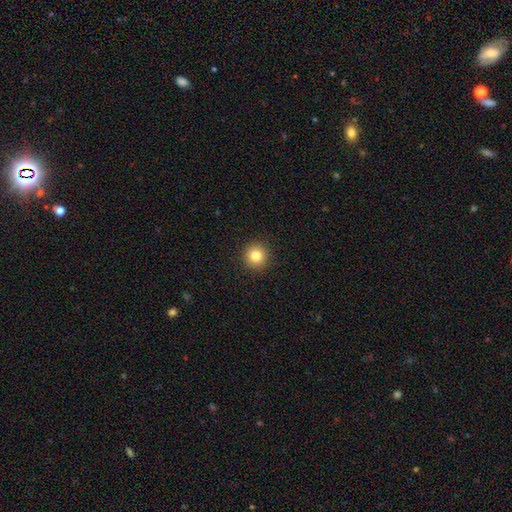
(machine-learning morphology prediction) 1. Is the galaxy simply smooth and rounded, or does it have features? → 82% smooth, 11% star or artifact, 6% featured or disk.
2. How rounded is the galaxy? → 95% round, 4% in between, 1% cigar-shaped.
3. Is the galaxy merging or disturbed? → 93% none, 5% minor disturbance, 2% major disturbance, 1% merger.